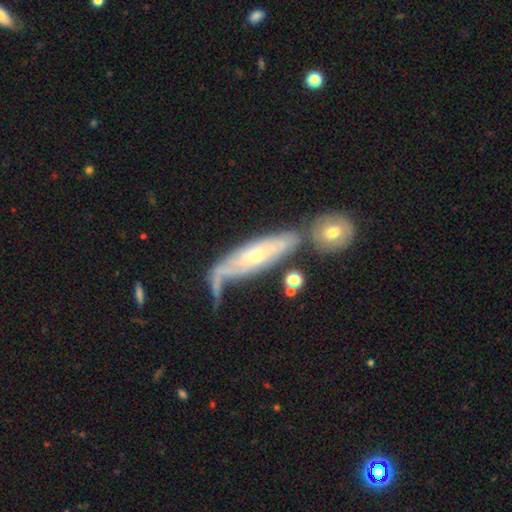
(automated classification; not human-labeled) A featured or disk galaxy (68%).

Vote fractions:
- Smooth or featured? featured or disk: 68% / smooth: 25% / star or artifact: 7%
- Edge-on disk? no: 63% / yes: 37%
- Merging? none: 38% / minor disturbance: 24% / merger: 21% / major disturbance: 16%